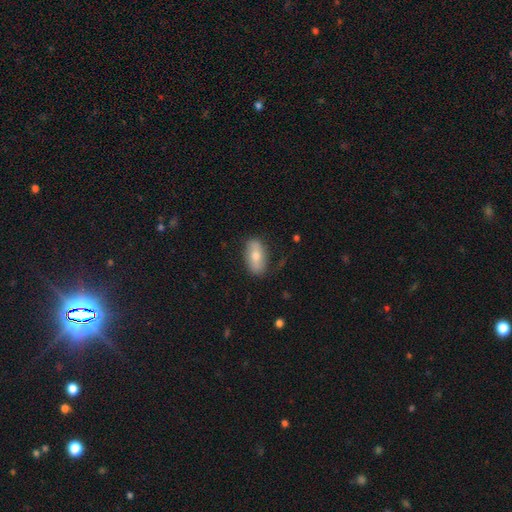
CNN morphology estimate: A smooth galaxy with no disk features (67%) that is in between round and cigar-shaped (89%). Merging: none (80%).